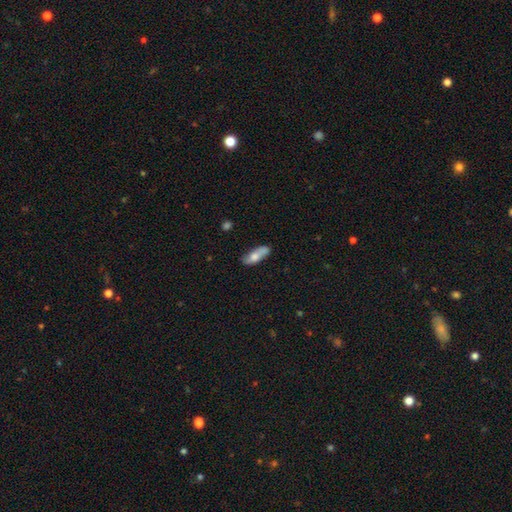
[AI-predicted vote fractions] Smooth or featured: smooth — 68% (featured or disk — 26%)
How rounded: in between — 61% (cigar-shaped — 37%)
Merging: none — 70% (minor disturbance — 21%)